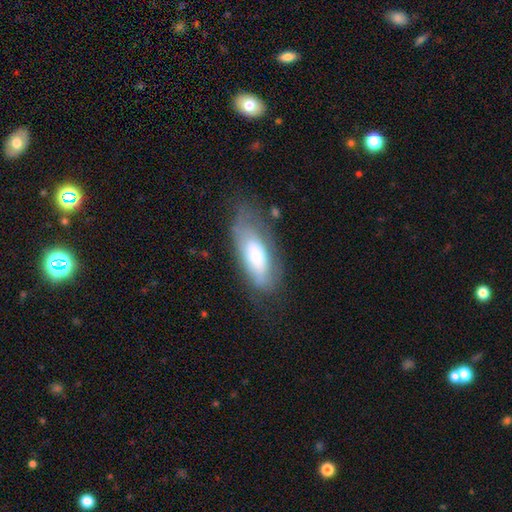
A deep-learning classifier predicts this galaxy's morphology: A smooth galaxy with no disk features (58%) that is in between round and cigar-shaped (77%).

Vote fractions:
- Smooth or featured? smooth: 58% / featured or disk: 35% / star or artifact: 7%
- How rounded? in between: 77% / cigar-shaped: 21% / round: 2%
- Merging? none: 49% / minor disturbance: 30% / major disturbance: 18% / merger: 3%